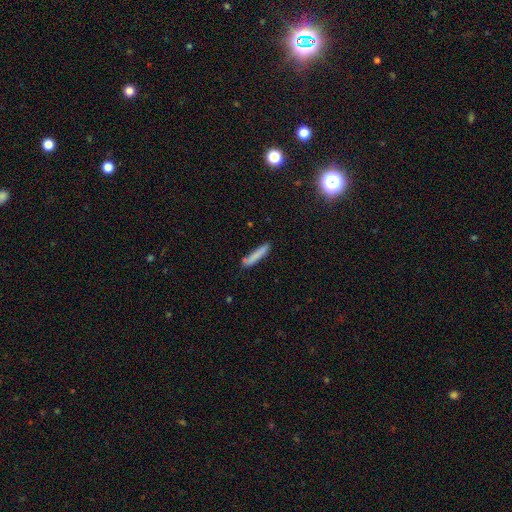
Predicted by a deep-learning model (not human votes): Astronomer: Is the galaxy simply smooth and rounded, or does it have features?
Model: smooth — 80%.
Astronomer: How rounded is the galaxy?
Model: cigar-shaped — 92%.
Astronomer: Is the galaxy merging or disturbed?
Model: none — 78%.